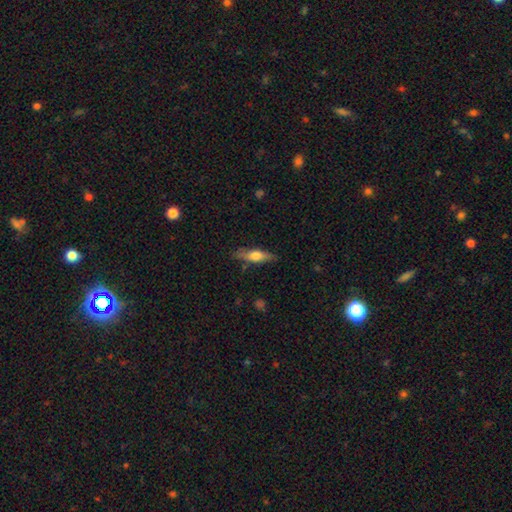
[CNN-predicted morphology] type=smooth (56%); roundness=cigar-shaped (65%); merging=none (82%).